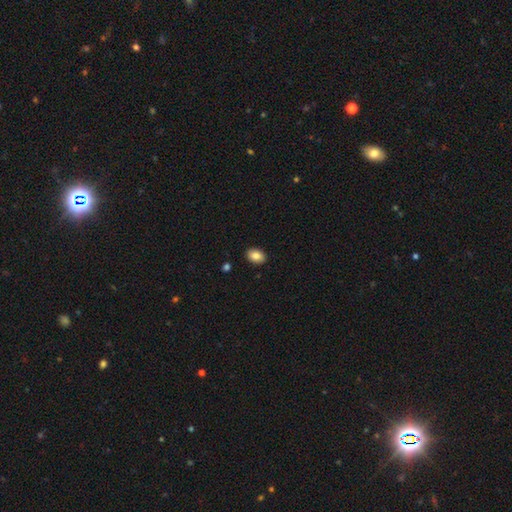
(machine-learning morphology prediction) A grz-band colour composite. It shows a smooth galaxy with no disk features (86%) that is in between round and cigar-shaped (81%). Merging: none (90%).